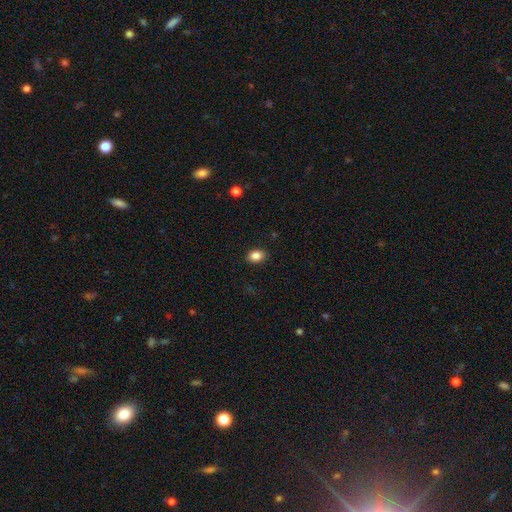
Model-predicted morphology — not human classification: Overall: smooth (86%). How rounded: in between (76%). Merging: none (89%).